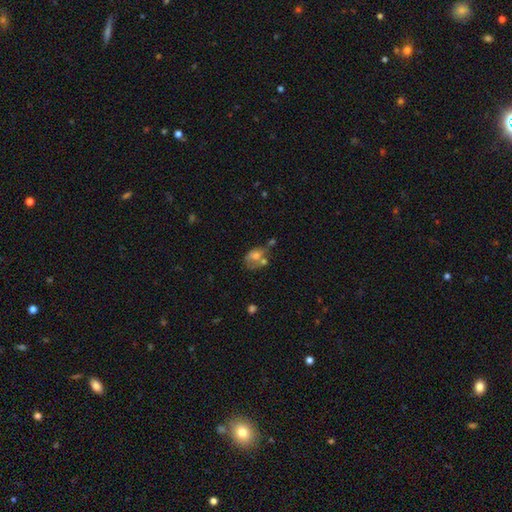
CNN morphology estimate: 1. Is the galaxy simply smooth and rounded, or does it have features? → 59% smooth, 30% featured or disk, 11% star or artifact.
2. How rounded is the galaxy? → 71% in between, 27% round, 2% cigar-shaped.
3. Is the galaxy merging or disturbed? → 36% merger, 25% none, 20% minor disturbance, 18% major disturbance.